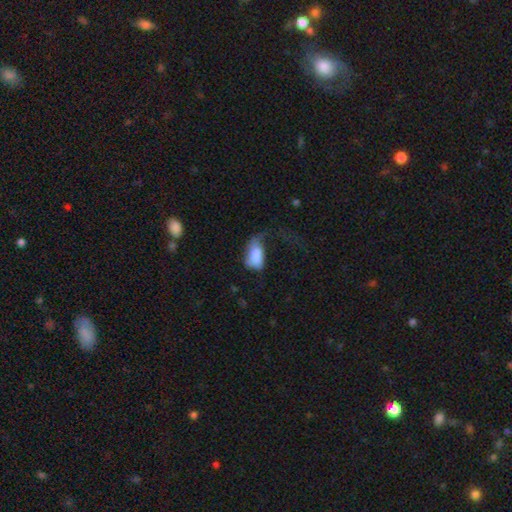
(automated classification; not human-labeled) Q: Smooth or featured?
A: smooth (75%); runner-up: featured or disk (18%)
Q: How rounded?
A: in between (91%); runner-up: round (6%)
Q: Merging?
A: major disturbance (55%); runner-up: minor disturbance (23%)